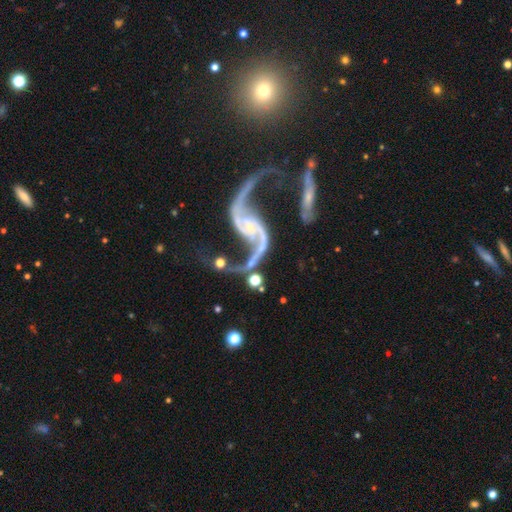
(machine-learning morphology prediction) Smooth or featured? featured or disk (92%)
Edge-on disk? no (97%)
Bar? no (55%)
Spiral arms? yes (97%)
Spiral winding? loose (80%)
Spiral arm count? 2 (94%)
Bulge size? small (80%)
Merging? none (46%)